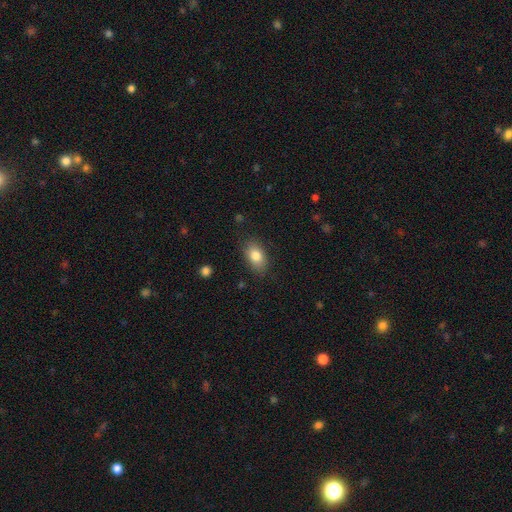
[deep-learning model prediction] The model was most divided on "merging": none: 83%, minor disturbance: 13%, major disturbance: 3%, merger: 1%. More confident: how rounded — in between (88%); smooth or featured — smooth (82%).